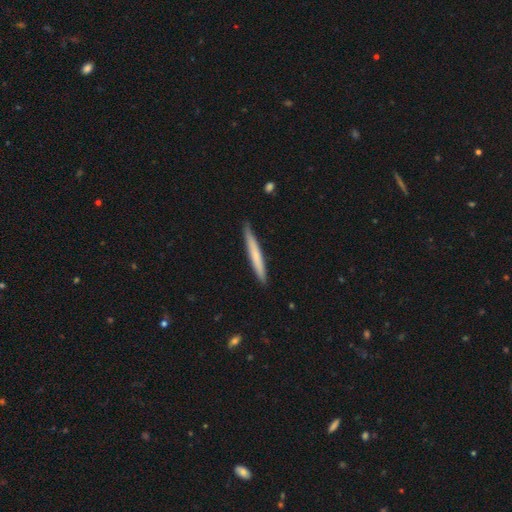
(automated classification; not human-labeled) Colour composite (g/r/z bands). It shows a smooth galaxy with no disk features (65%) that is cigar-shaped (97%). Merging: none (88%).